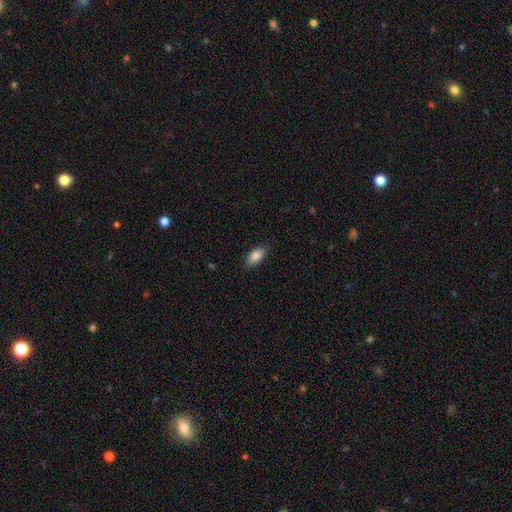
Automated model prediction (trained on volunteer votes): A smooth galaxy with no disk features (86%) that is in between round and cigar-shaped (90%).

Vote fractions:
- Smooth or featured? smooth: 86% / featured or disk: 7% / star or artifact: 7%
- How rounded? in between: 90% / cigar-shaped: 7% / round: 3%
- Merging? none: 84% / minor disturbance: 13% / major disturbance: 3% / merger: 1%